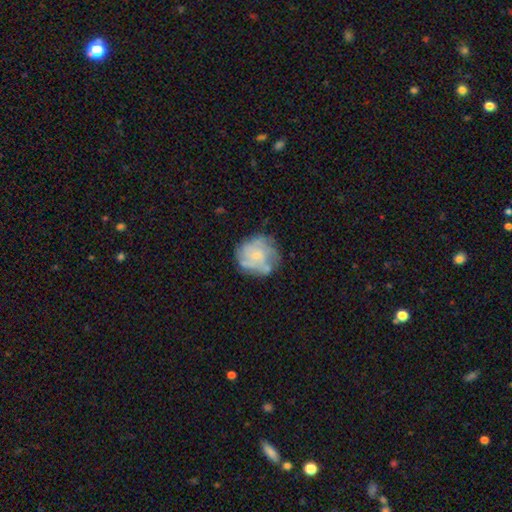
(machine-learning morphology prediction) featured or disk 60%, smooth 31%, star or artifact 8%. Down the decision tree: edge-on disk — no (98%); bar — no (78%); spiral arms — yes (68%); bulge size — small (68%); merging — none (63%).